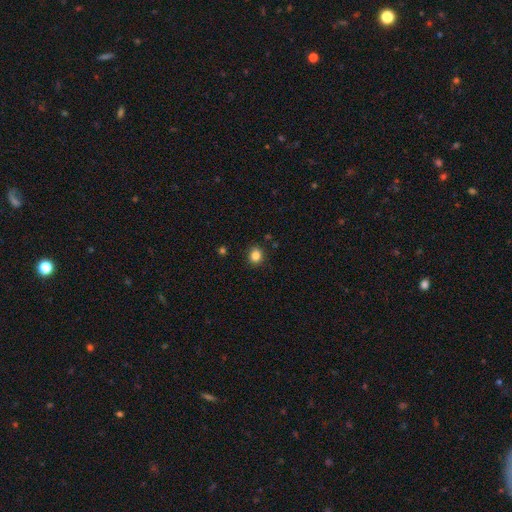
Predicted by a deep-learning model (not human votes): A smooth galaxy with no disk features (84%) that is round (78%). Merging: none (90%).